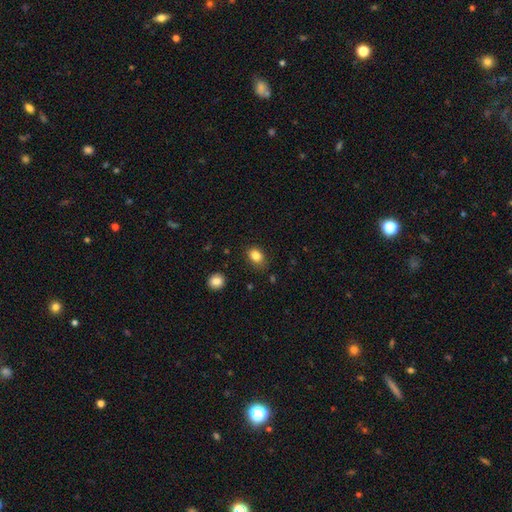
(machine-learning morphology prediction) Smooth or featured?
  - smooth: 84% *
  - star or artifact: 10%
  - featured or disk: 6%
How rounded?
  - in between: 66% *
  - round: 33%
  - cigar-shaped: 1%
Merging?
  - none: 80% *
  - minor disturbance: 15%
  - major disturbance: 3%
  - merger: 2%